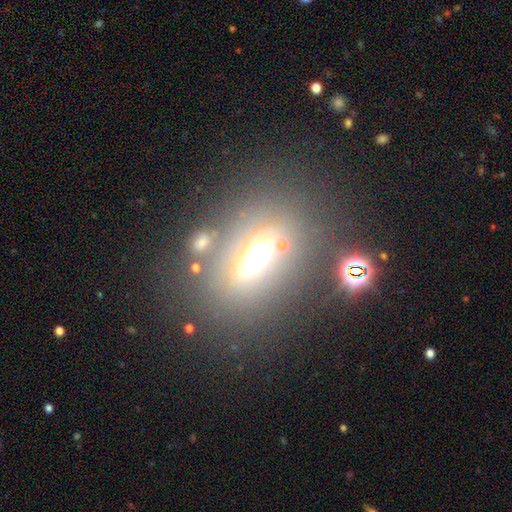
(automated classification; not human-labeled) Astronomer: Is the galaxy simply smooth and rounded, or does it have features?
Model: featured or disk — 37% (runner-up: smooth, 36%).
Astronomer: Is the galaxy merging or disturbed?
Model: none — 71%.